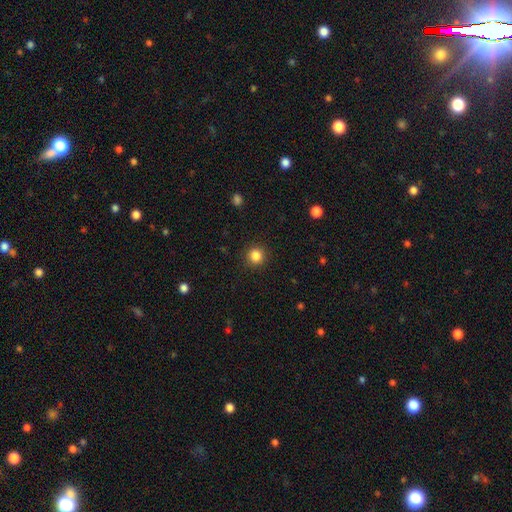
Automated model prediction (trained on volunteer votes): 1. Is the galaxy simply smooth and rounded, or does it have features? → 84% smooth, 11% star or artifact, 4% featured or disk.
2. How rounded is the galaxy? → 94% round, 5% in between, 1% cigar-shaped.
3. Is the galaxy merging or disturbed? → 92% none, 5% minor disturbance, 2% major disturbance, 1% merger.